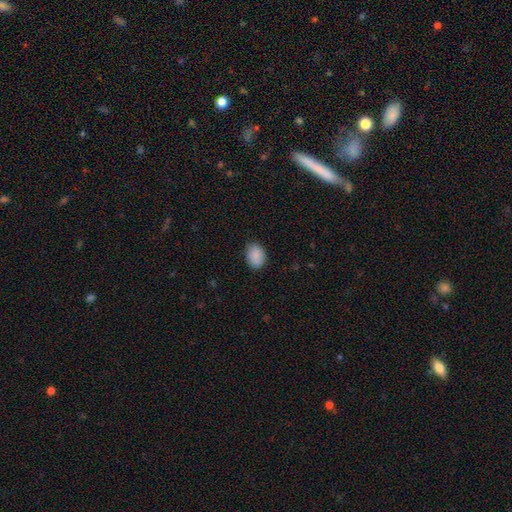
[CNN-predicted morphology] Smooth or featured? Predicted: smooth (p=0.89). How rounded? Predicted: in between (p=0.72). Merging? Predicted: none (p=0.83).